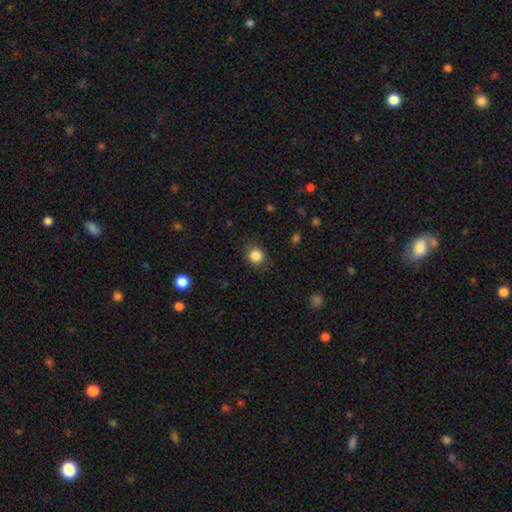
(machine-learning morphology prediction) The model was most divided on "how rounded": round: 79%, in between: 20%, cigar-shaped: 1%. More confident: smooth or featured — smooth (86%); merging — none (81%).